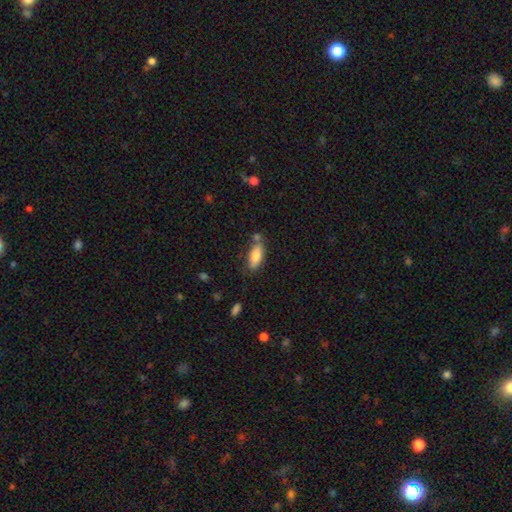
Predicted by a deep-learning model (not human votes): smooth-or-featured: smooth: 79% | featured or disk: 15% | star or artifact: 7%
  how-rounded: in between: 77% | cigar-shaped: 21% | round: 2%
  merging: none: 66% | minor disturbance: 18% | merger: 12% | major disturbance: 4%